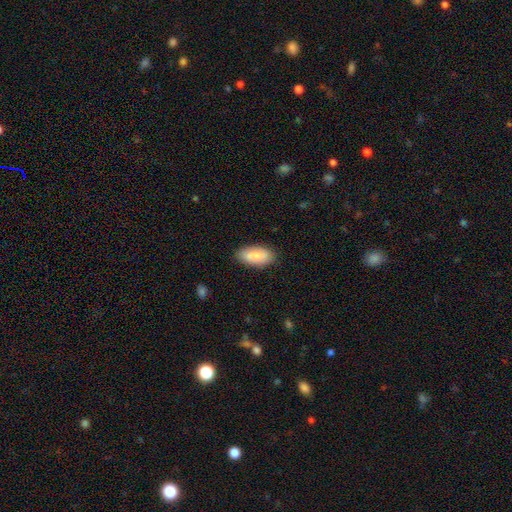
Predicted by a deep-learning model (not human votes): Overall: smooth (81%). How rounded: in between (90%). Merging: none (85%).